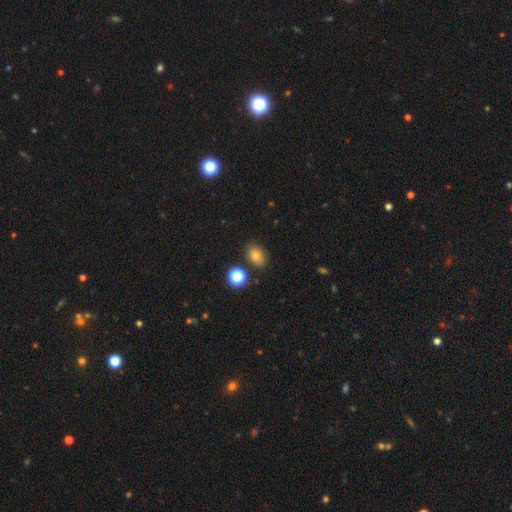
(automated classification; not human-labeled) The model was most divided on "how rounded": in between: 71%, round: 27%, cigar-shaped: 1%. More confident: merging — none (82%); smooth or featured — smooth (76%).